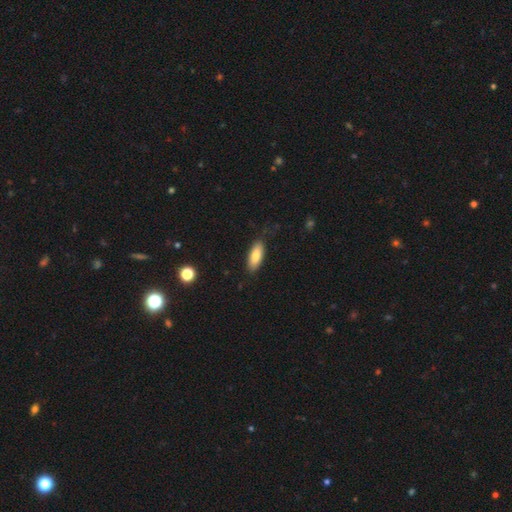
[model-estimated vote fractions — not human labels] This is clearly a smooth galaxy (83%). How rounded: likely in between (74%). Merging: clearly none (84%).